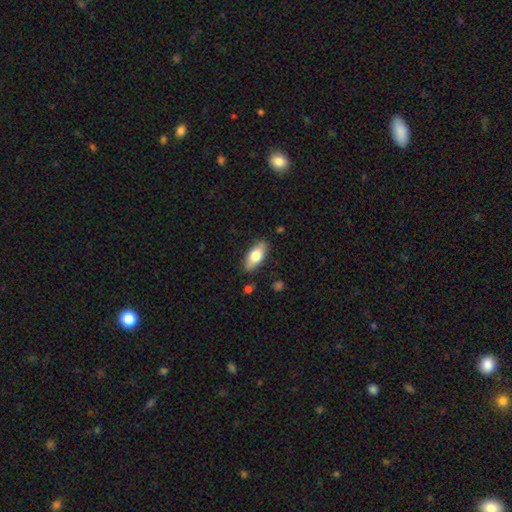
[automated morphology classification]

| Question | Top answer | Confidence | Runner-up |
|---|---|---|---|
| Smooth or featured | smooth | 70% | featured or disk (24%) |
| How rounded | in between | 82% | cigar-shaped (15%) |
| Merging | none | 86% | minor disturbance (11%) |